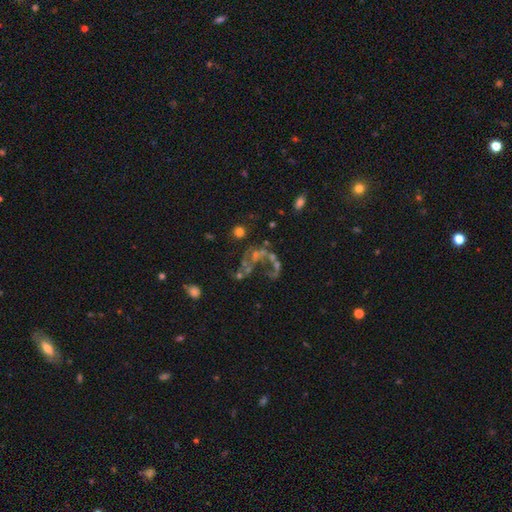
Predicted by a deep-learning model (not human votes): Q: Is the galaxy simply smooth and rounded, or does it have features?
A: featured or disk — 57%.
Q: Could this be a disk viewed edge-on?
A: no — 98%.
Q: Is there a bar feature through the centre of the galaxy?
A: no — 87%.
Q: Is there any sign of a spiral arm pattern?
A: no — 81%.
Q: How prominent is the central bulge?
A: none — 72%.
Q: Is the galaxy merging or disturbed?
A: major disturbance — 37%.